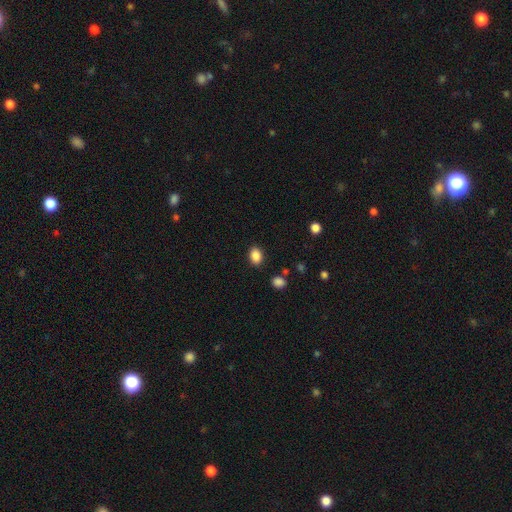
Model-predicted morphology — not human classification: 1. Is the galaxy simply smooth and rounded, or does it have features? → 87% smooth, 9% star or artifact, 4% featured or disk.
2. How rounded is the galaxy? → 76% in between, 23% round, 1% cigar-shaped.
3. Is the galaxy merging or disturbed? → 86% none, 9% minor disturbance, 3% major disturbance, 2% merger.